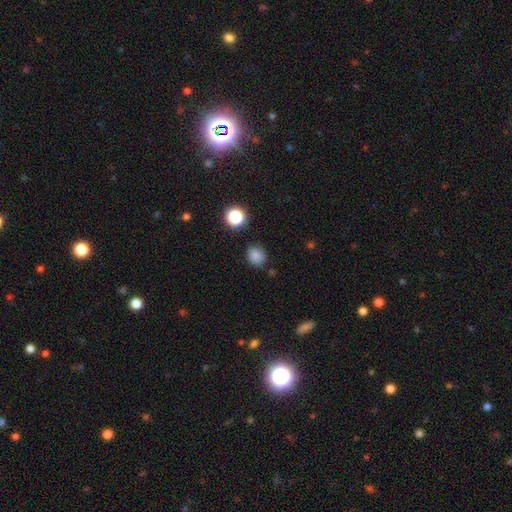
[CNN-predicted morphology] This appears to be a smooth galaxy with no disk features (82%) that is round (73%). Merging: none (82%).